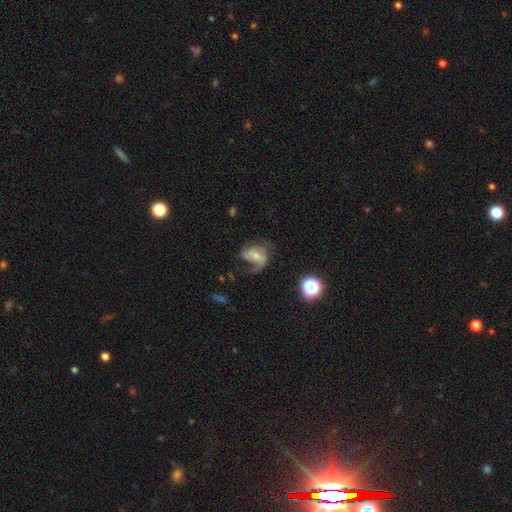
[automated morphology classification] smooth_or_featured: featured or disk (p=0.71) [alt: smooth p=0.20]
disk_edge_on: no (p=0.97) [alt: yes p=0.03]
bar: no (p=0.40) [alt: weak p=0.38]
has_spiral_arms: yes (p=0.87) [alt: no p=0.13]
spiral_winding: loose (p=0.48) [alt: medium p=0.39]
spiral_arm_count: 2 (p=0.59) [alt: 1 p=0.25]
bulge_size: small (p=0.47) [tied with: moderate p=0.47]
merging: none (p=0.42) [alt: major disturbance p=0.32]